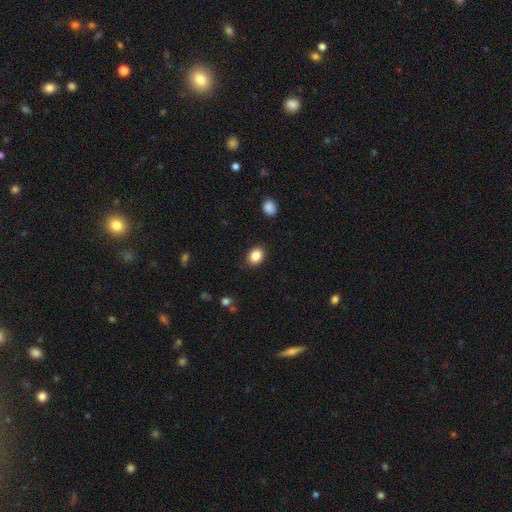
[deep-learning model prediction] A smooth galaxy with no disk features (86%) that is in between round and cigar-shaped (58%).

Vote fractions:
- Smooth or featured? smooth: 86% / star or artifact: 9% / featured or disk: 5%
- How rounded? in between: 58% / round: 41% / cigar-shaped: 1%
- Merging? none: 88% / minor disturbance: 9% / major disturbance: 2% / merger: 1%